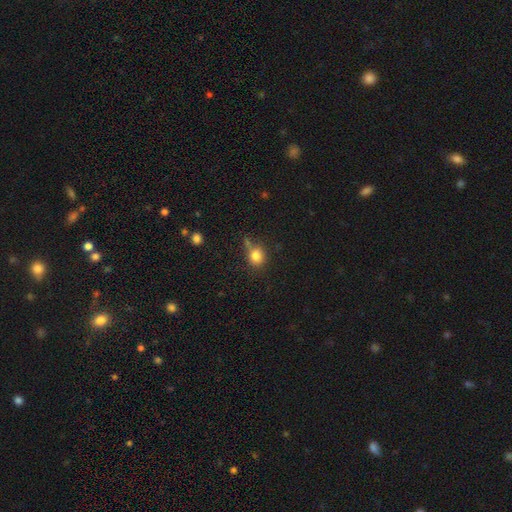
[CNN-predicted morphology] smooth_or_featured: smooth (p=0.80) [alt: star or artifact p=0.12]
how_rounded: round (p=0.73) [alt: in between p=0.25]
merging: none (p=0.62) [alt: minor disturbance p=0.20]